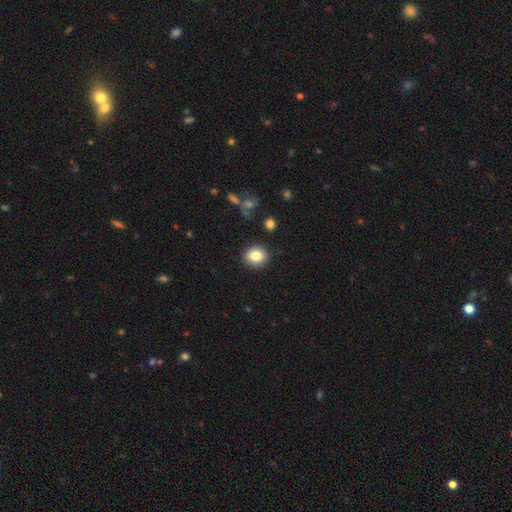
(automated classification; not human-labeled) Morphology: type=smooth (84%); roundness=round (67%); merging=none (89%).